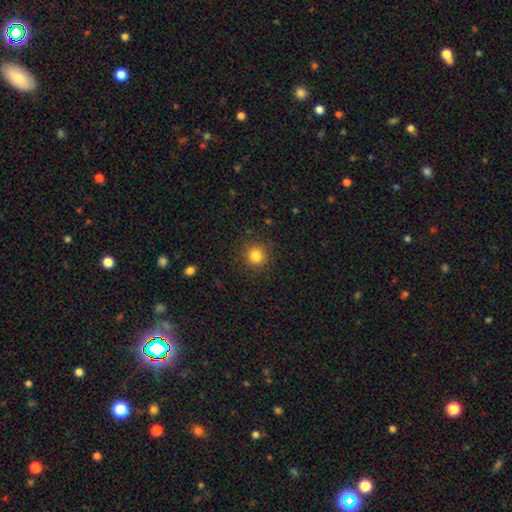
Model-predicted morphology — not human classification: Smooth or featured? smooth (83%)
How rounded? round (93%)
Merging? none (89%)